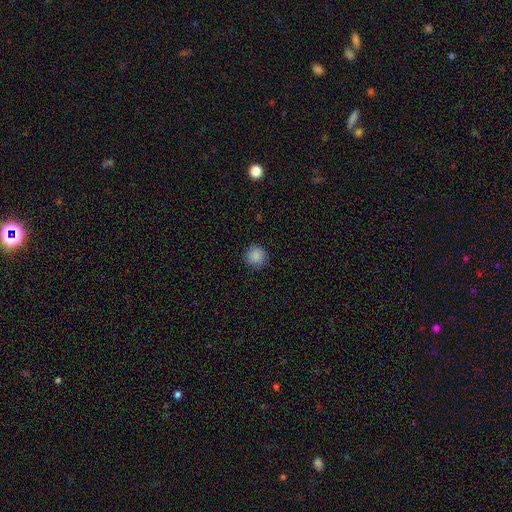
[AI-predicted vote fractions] Smooth or featured: smooth — 88% (star or artifact — 9%)
How rounded: round — 94% (in between — 5%)
Merging: none — 91% (minor disturbance — 6%)